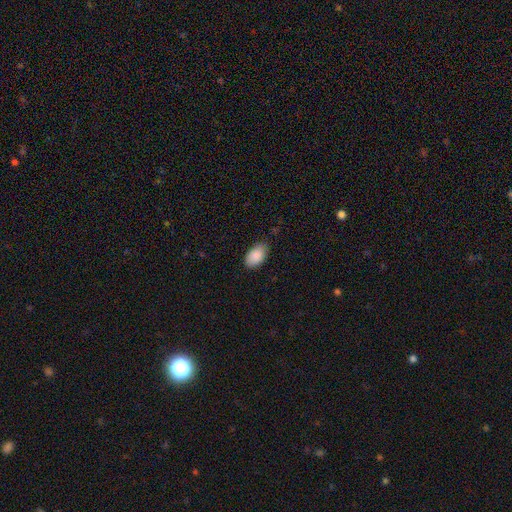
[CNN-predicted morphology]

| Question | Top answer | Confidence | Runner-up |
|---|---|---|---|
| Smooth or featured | smooth | 90% | star or artifact (6%) |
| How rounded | in between | 94% | round (5%) |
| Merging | none | 78% | minor disturbance (18%) |